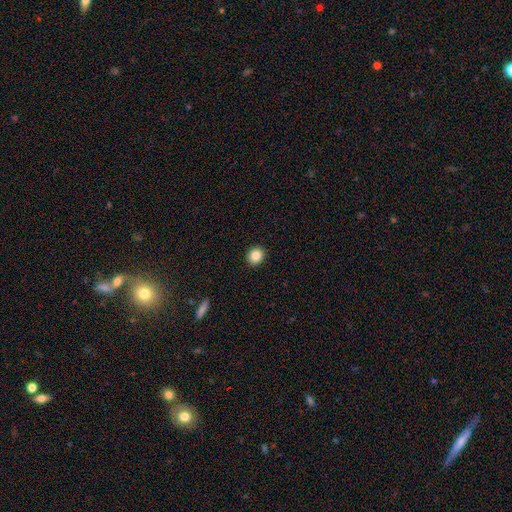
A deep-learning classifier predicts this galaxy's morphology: Smooth or featured: smooth — 86% (star or artifact — 10%)
How rounded: round — 75% (in between — 24%)
Merging: none — 92% (minor disturbance — 5%)